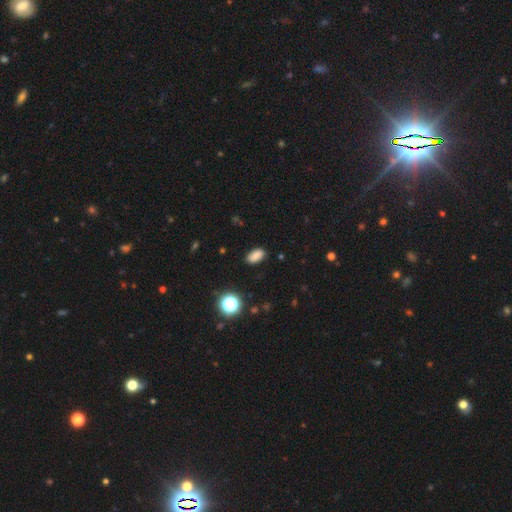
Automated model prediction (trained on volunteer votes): smooth 84%, star or artifact 12%, featured or disk 4%. Down the decision tree: how rounded — in between (89%); merging — none (87%).